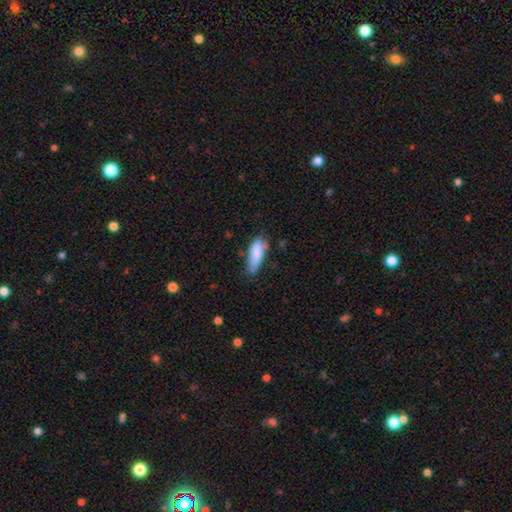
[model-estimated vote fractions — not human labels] Smooth or featured: smooth — 80% (featured or disk — 13%)
How rounded: in between — 57% (cigar-shaped — 42%)
Merging: none — 47% (minor disturbance — 35%)